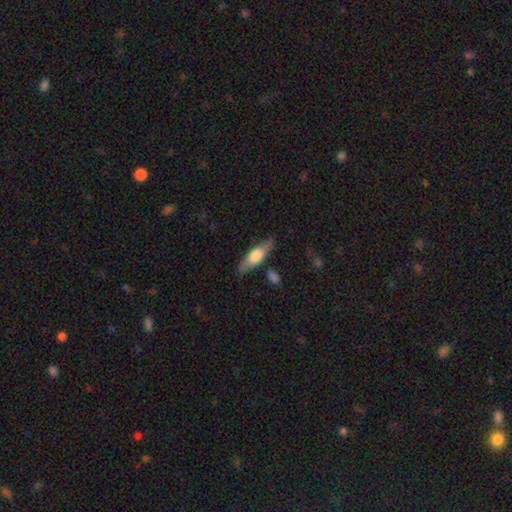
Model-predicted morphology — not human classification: Smooth or featured?
  - smooth: 58% *
  - featured or disk: 36%
  - star or artifact: 5%
How rounded?
  - cigar-shaped: 51% *
  - in between: 46%
  - round: 2%
Merging?
  - none: 81% *
  - minor disturbance: 13%
  - merger: 3%
  - major disturbance: 3%